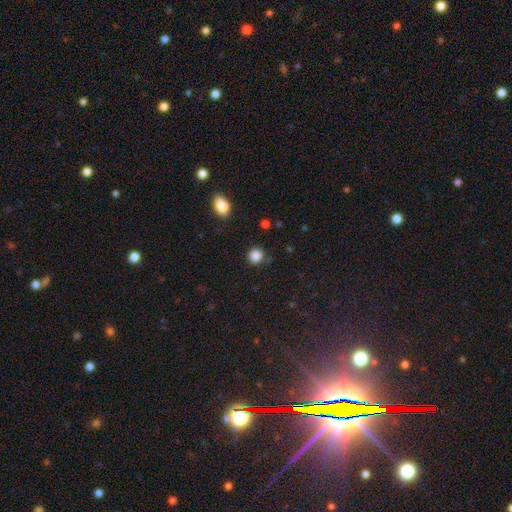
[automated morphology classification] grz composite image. It shows a smooth galaxy with no disk features (86%) that is round (90%). Merging: none (85%).